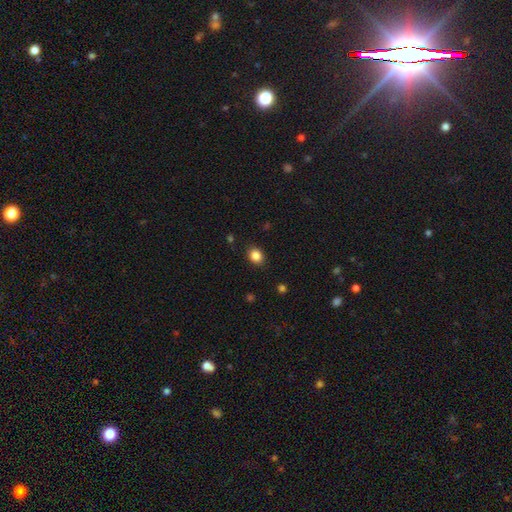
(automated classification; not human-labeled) The model was most divided on "how rounded": round: 52%, in between: 47%, cigar-shaped: 1%. More confident: merging — none (88%); smooth or featured — smooth (85%).